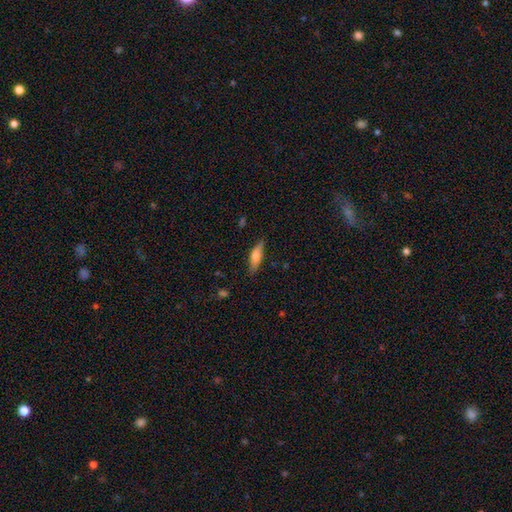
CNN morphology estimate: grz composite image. It shows a smooth galaxy with no disk features (62%) that is cigar-shaped (59%). Merging: none (78%).